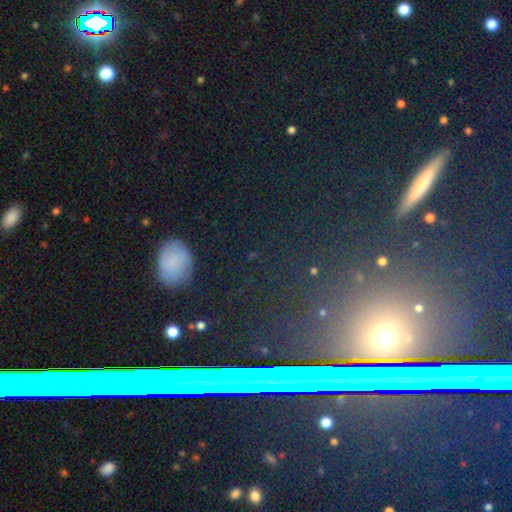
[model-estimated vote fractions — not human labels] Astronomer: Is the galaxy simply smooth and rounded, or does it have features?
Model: star or artifact — 51% (runner-up: smooth, 34%).